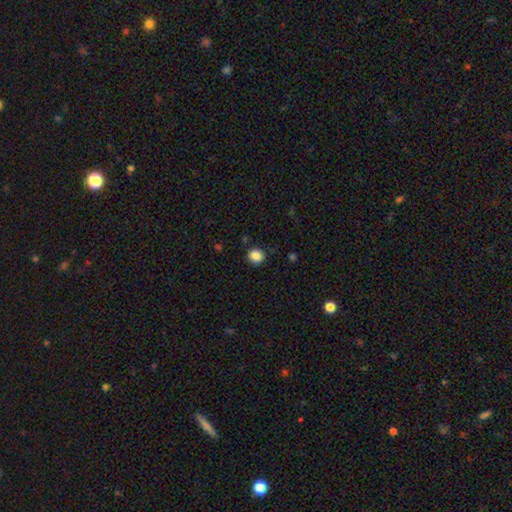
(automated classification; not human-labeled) smooth-or-featured: smooth: 86% | star or artifact: 10% | featured or disk: 3%
  how-rounded: round: 84% | in between: 15% | cigar-shaped: 1%
  merging: none: 88% | minor disturbance: 8% | major disturbance: 2% | merger: 1%